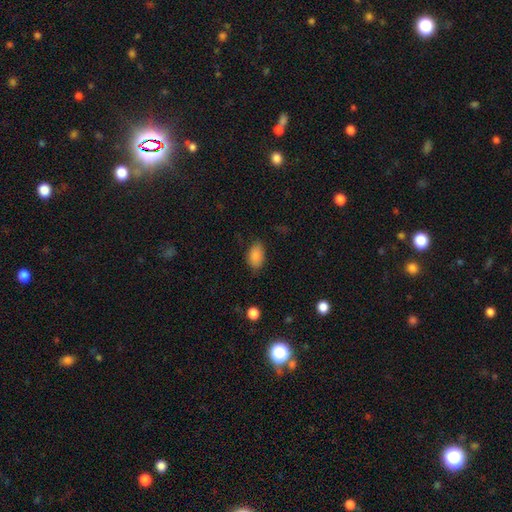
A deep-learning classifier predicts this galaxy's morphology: Smooth or featured?
  - smooth: 87% *
  - star or artifact: 8%
  - featured or disk: 5%
How rounded?
  - in between: 89% *
  - round: 9%
  - cigar-shaped: 2%
Merging?
  - none: 76% *
  - minor disturbance: 18%
  - major disturbance: 4%
  - merger: 1%